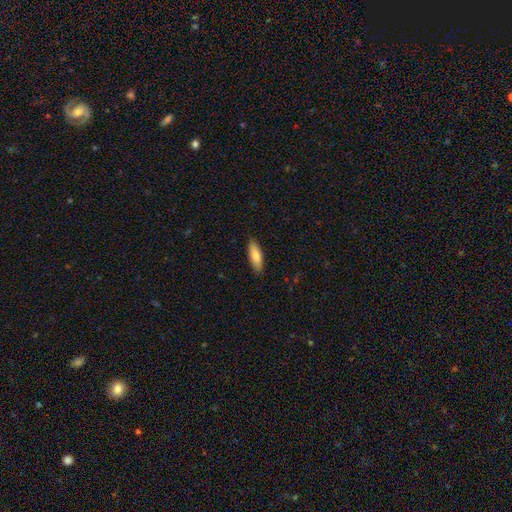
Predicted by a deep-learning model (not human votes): This is clearly a smooth galaxy (82%). How rounded: possibly in between (60%). Merging: clearly none (89%).